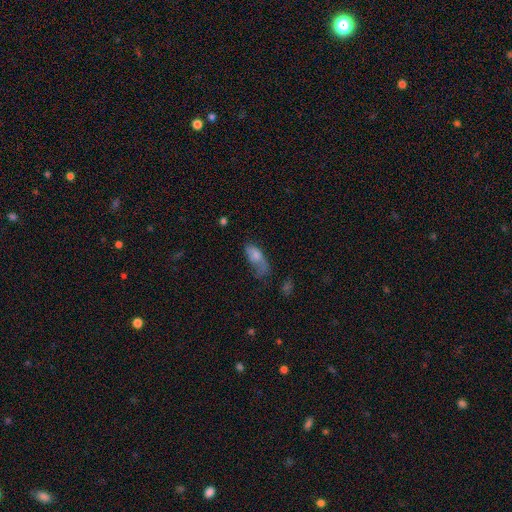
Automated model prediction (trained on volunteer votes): A smooth galaxy with no disk features (69%) that is in between round and cigar-shaped (86%). Merging: major disturbance (43%).